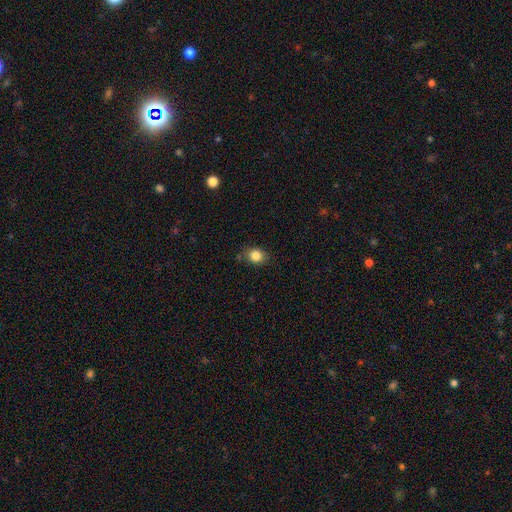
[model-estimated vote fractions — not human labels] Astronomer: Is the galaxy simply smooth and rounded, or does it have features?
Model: smooth — 84%.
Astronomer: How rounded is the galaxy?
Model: round — 61% (runner-up: in between, 38%).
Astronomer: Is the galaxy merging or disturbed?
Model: none — 77%.